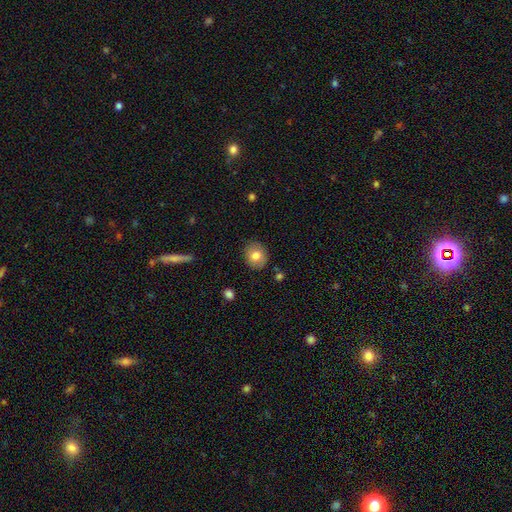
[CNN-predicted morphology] This appears to be a smooth galaxy with no disk features (77%) that is round (71%). Merging: none (86%).